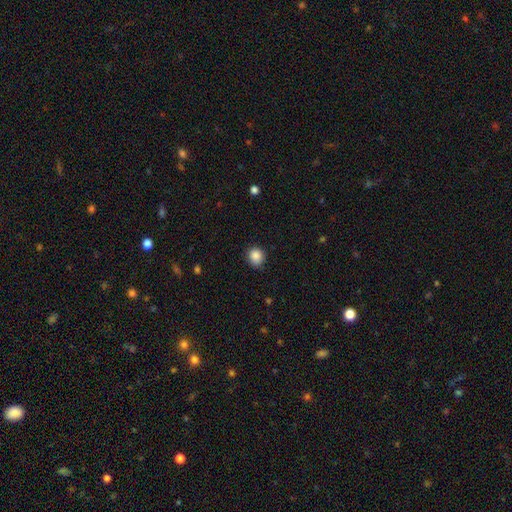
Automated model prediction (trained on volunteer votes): Smooth or featured?
  - smooth: 87% *
  - star or artifact: 10%
  - featured or disk: 3%
How rounded?
  - round: 84% *
  - in between: 15%
  - cigar-shaped: 1%
Merging?
  - none: 85% *
  - minor disturbance: 11%
  - major disturbance: 2%
  - merger: 1%